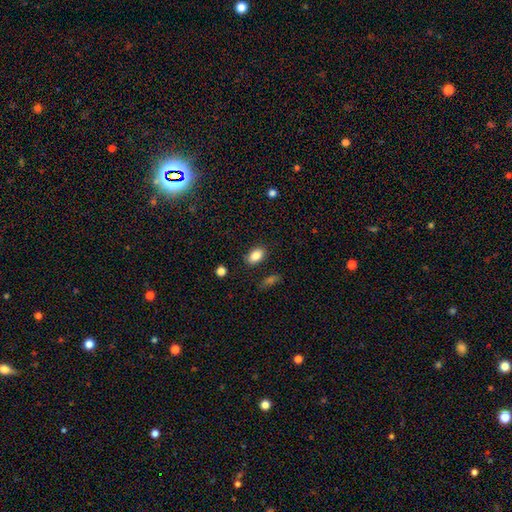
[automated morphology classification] type=smooth (85%); roundness=in between (86%); merging=none (85%).